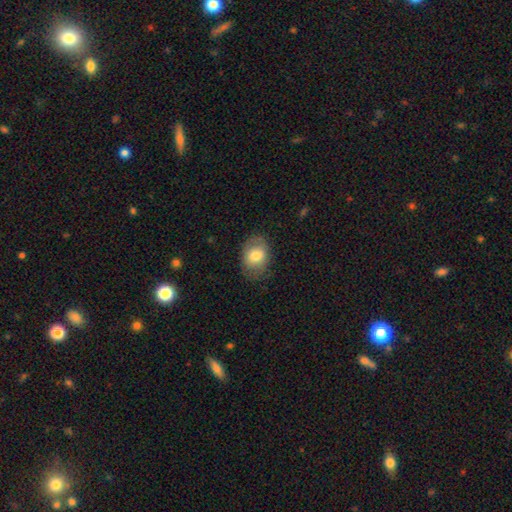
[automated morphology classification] type=smooth (76%); roundness=in between (72%); merging=none (76%).